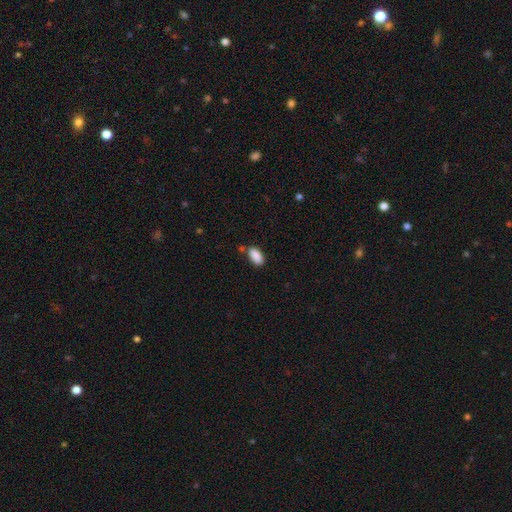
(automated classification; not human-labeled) The model was most divided on "merging": none: 75%, minor disturbance: 14%, merger: 8%, major disturbance: 3%. More confident: how rounded — in between (93%); smooth or featured — smooth (89%).